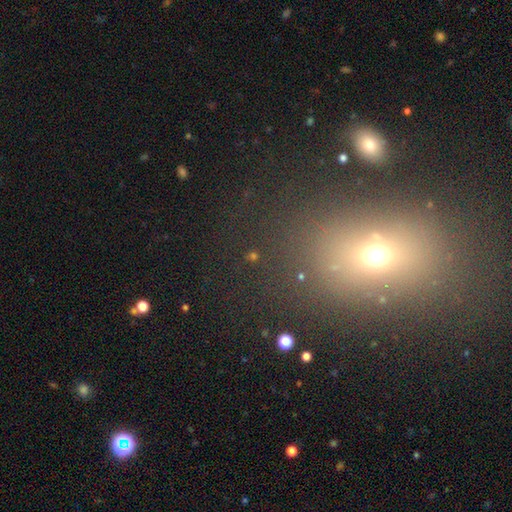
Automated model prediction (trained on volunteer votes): A smooth galaxy with no disk features (46%). Merging: none (73%).